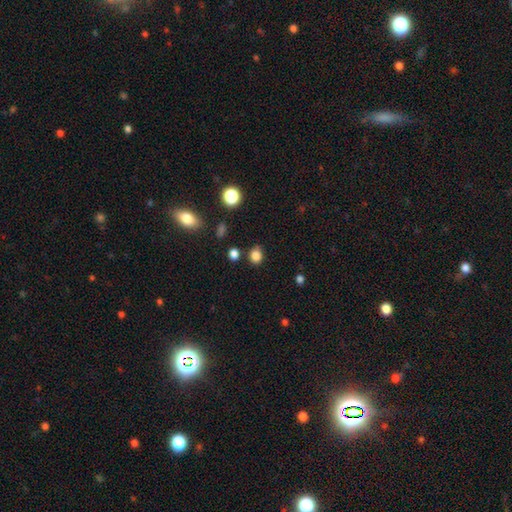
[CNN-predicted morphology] This is clearly a smooth galaxy (83%). How rounded: likely round (62%). Merging: likely none (80%).